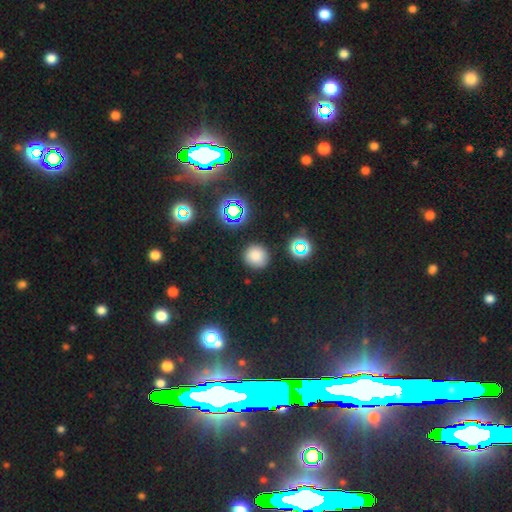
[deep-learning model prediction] This appears to be a smooth galaxy with no disk features (77%) that is round (90%). Merging: none (87%).